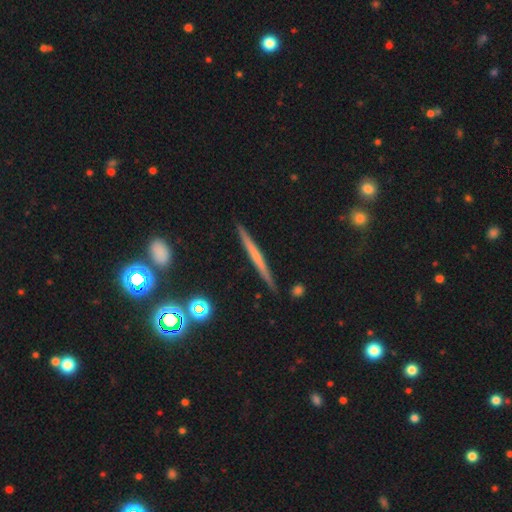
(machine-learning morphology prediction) featured or disk 53%, smooth 38%, star or artifact 9%. Down the decision tree: edge-on disk — yes (97%); edge-on bulge — none (80%); merging — none (90%).